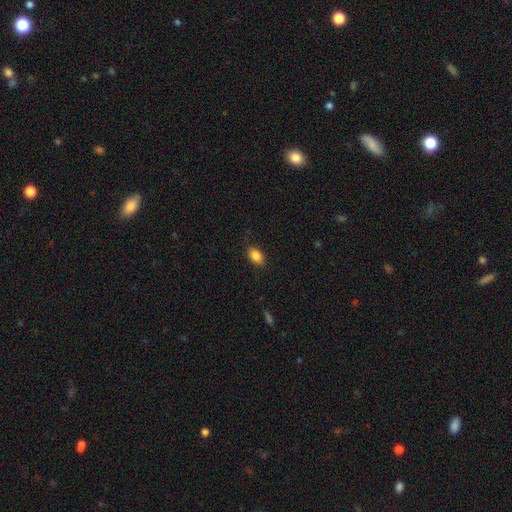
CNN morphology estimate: Smooth or featured: smooth — 86% (star or artifact — 8%)
How rounded: in between — 88% (round — 10%)
Merging: none — 85% (minor disturbance — 11%)